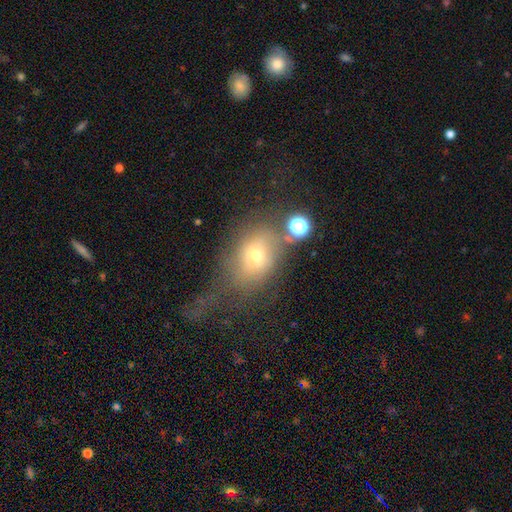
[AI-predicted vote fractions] Q: Smooth or featured?
A: smooth (59%); runner-up: featured or disk (24%)
Q: How rounded?
A: in between (58%); runner-up: round (40%)
Q: Merging?
A: major disturbance (36%); runner-up: none (32%)